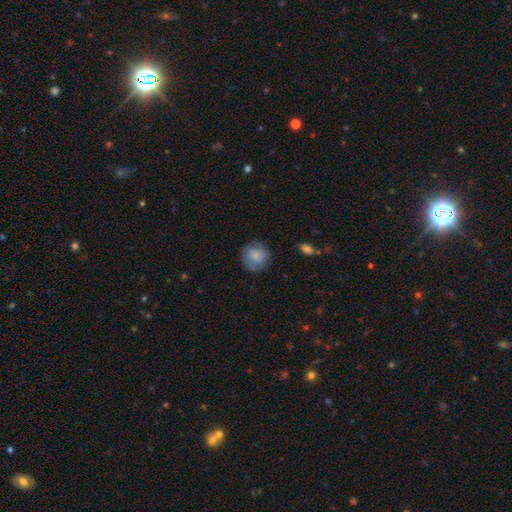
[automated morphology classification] smooth_or_featured: smooth (p=0.79) [alt: featured or disk p=0.14]
how_rounded: round (p=0.90) [alt: in between p=0.09]
merging: none (p=0.79) [alt: minor disturbance p=0.16]